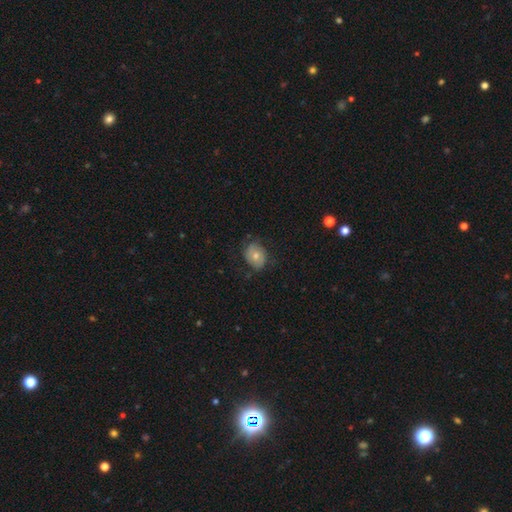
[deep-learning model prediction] smooth-or-featured: smooth: 60% | featured or disk: 31% | star or artifact: 8%
  how-rounded: in between: 58% | round: 41% | cigar-shaped: 1%
  merging: none: 66% | minor disturbance: 25% | major disturbance: 8% | merger: 1%